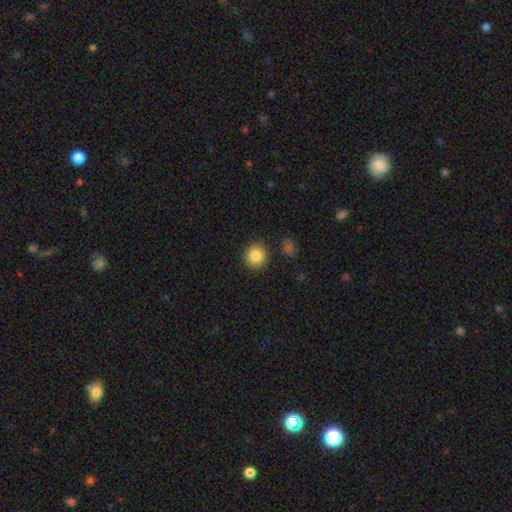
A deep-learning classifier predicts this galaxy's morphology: Smooth or featured? smooth (85%)
How rounded? round (89%)
Merging? none (88%)